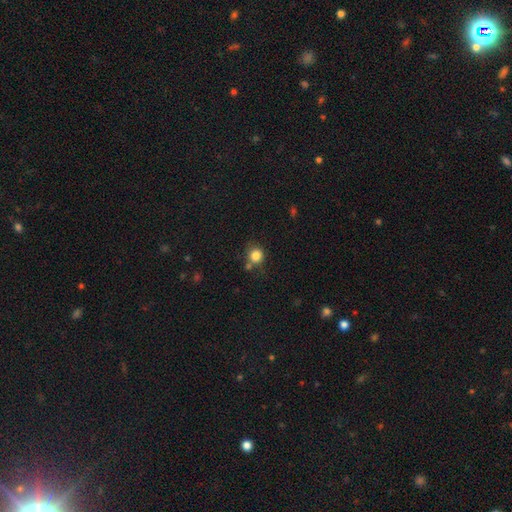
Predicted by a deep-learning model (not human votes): The model was most divided on "merging": none: 68%, minor disturbance: 15%, merger: 12%, major disturbance: 4%. More confident: how rounded — round (86%); smooth or featured — smooth (83%).